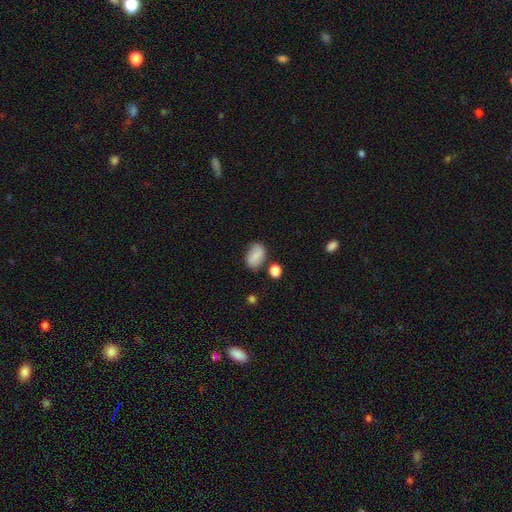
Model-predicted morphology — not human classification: A smooth galaxy with no disk features (76%) that is in between round and cigar-shaped (84%).

Vote fractions:
- Smooth or featured? smooth: 76% / featured or disk: 15% / star or artifact: 9%
- How rounded? in between: 84% / round: 15% / cigar-shaped: 1%
- Merging? none: 68% / minor disturbance: 21% / merger: 6% / major disturbance: 5%